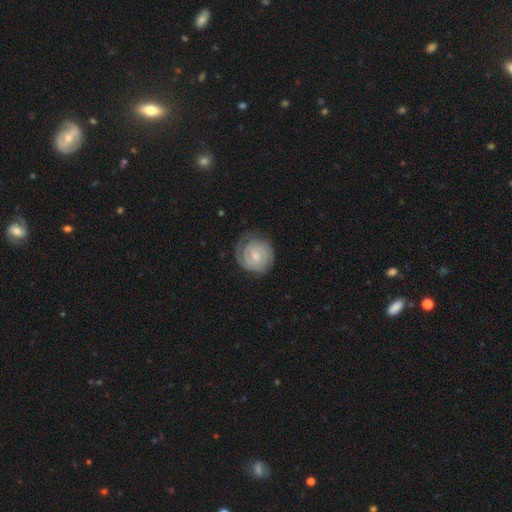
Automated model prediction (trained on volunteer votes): Smooth or featured?
  - featured or disk: 82% *
  - smooth: 13%
  - star or artifact: 5%
Edge-on disk?
  - no: 98% *
  - yes: 2%
Bar?
  - no: 51% *
  - weak: 41%
  - strong: 8%
Spiral arms?
  - yes: 97% *
  - no: 3%
Spiral winding?
  - tight: 82% *
  - medium: 15%
  - loose: 3%
Spiral arm count?
  - 2: 69% *
  - can't tell: 13%
  - 3: 9%
  - 1: 4%
  - 4: 3%
  - more than 4: 2%
Bulge size?
  - small: 57% *
  - moderate: 27%
  - none: 13%
  - large: 2%
  - dominant: 1%
Merging?
  - none: 78% *
  - minor disturbance: 16%
  - major disturbance: 5%
  - merger: 1%